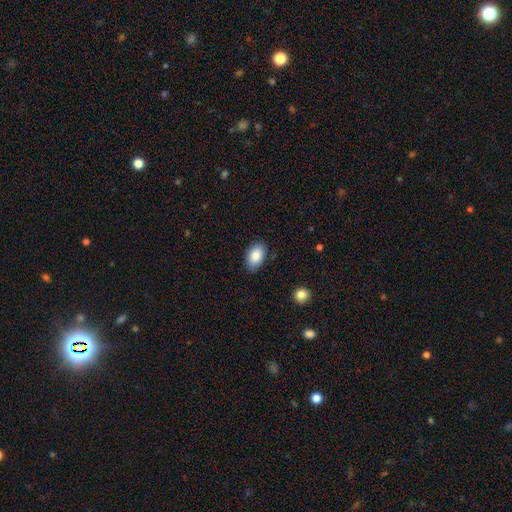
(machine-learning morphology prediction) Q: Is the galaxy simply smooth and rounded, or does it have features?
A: smooth — 87%.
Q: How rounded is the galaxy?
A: in between — 92%.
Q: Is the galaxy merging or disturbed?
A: none — 85%.